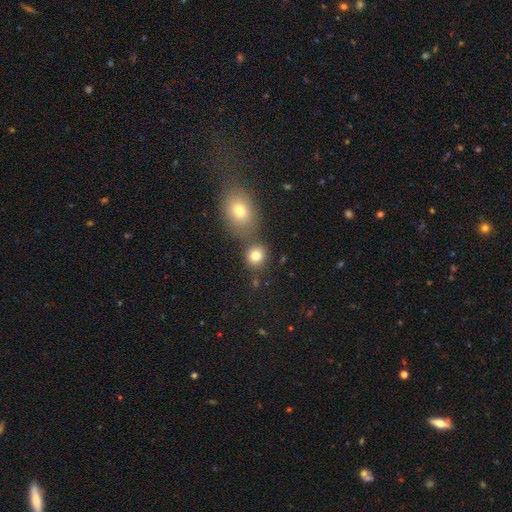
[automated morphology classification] Q: Smooth or featured?
A: smooth (80%); runner-up: star or artifact (12%)
Q: How rounded?
A: round (78%); runner-up: in between (20%)
Q: Merging?
A: none (64%); runner-up: merger (23%)